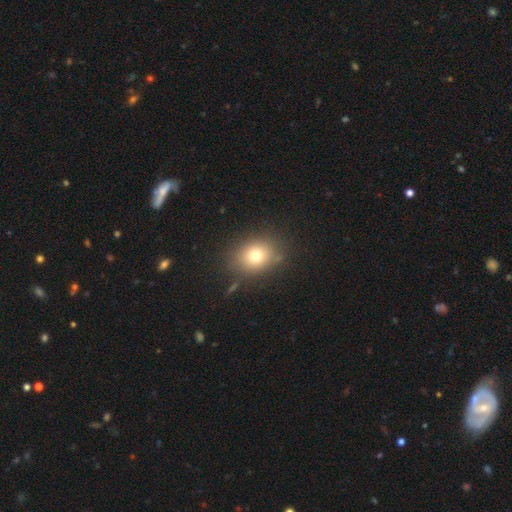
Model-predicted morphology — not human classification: type=smooth (73%); roundness=round (59%); merging=none (80%).